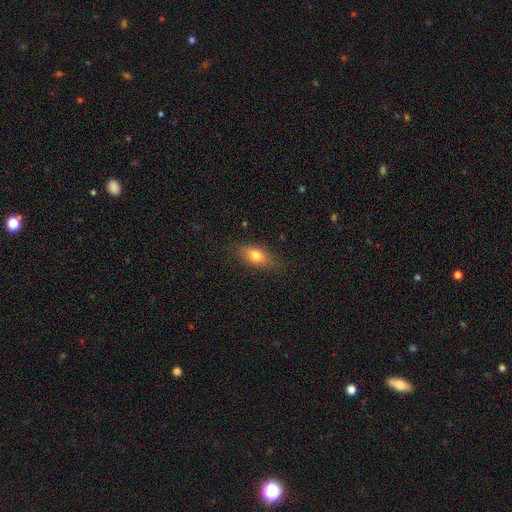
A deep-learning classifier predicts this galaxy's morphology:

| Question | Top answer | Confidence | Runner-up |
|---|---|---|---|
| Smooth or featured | smooth | 73% | featured or disk (18%) |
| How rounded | in between | 78% | cigar-shaped (12%) |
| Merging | none | 82% | minor disturbance (13%) |